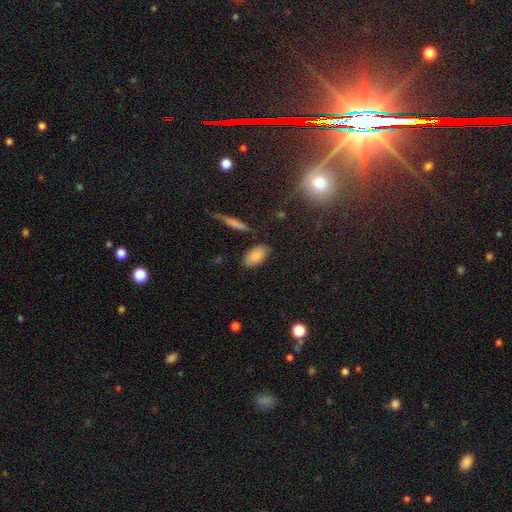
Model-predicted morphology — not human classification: This appears to be a smooth galaxy with no disk features (83%) that is in between round and cigar-shaped (93%). Merging: none (81%).